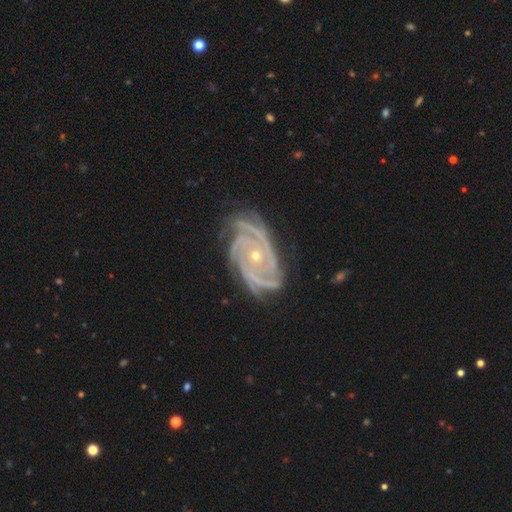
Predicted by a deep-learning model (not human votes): Overall: featured or disk (92%). Edge-on disk: no (97%). Bar: no (75%). Spiral arms: yes (98%). Spiral arm count: 3 (31%; 4 28%). Spiral winding: tight (71%). Bulge size: small (66%; moderate 32%). Merging: none (73%).